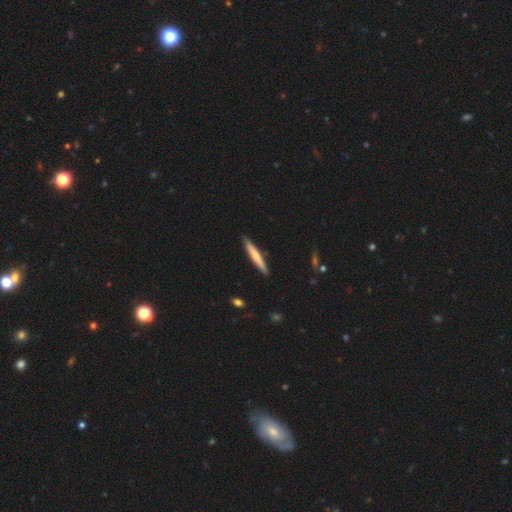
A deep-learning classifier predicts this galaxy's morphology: This is likely a smooth galaxy (62%). How rounded: clearly cigar-shaped (94%). Merging: clearly none (88%).